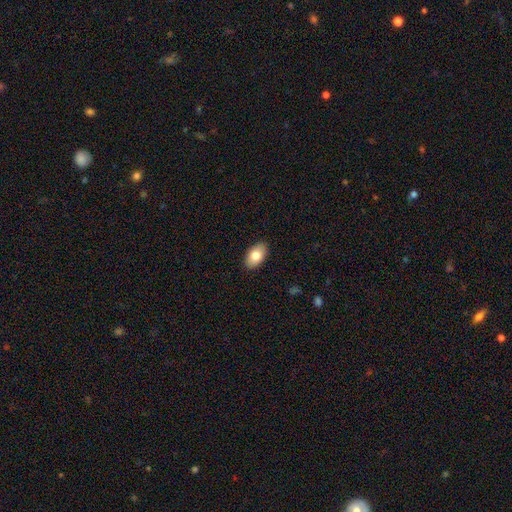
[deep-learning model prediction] smooth-or-featured: smooth: 80% | featured or disk: 13% | star or artifact: 7%
  how-rounded: in between: 93% | round: 5% | cigar-shaped: 2%
  merging: none: 89% | minor disturbance: 8% | major disturbance: 2% | merger: 1%